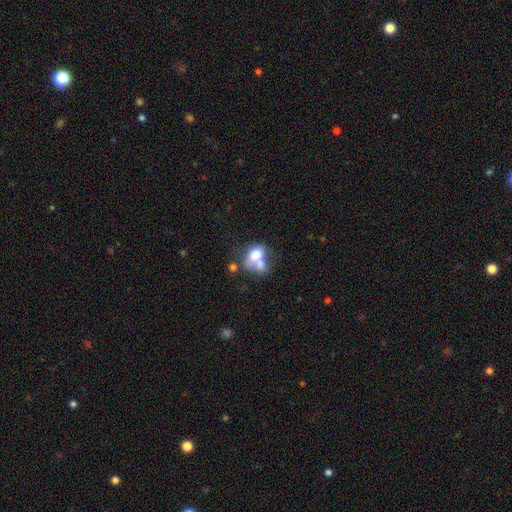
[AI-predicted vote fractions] smooth-or-featured: smooth: 67% | featured or disk: 23% | star or artifact: 10%
  how-rounded: in between: 77% | round: 21% | cigar-shaped: 2%
  merging: merger: 61% | none: 20% | minor disturbance: 10% | major disturbance: 9%